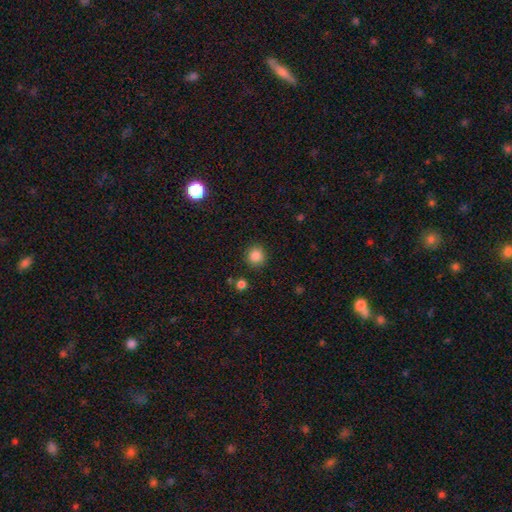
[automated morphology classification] This is clearly a smooth galaxy (86%). How rounded: clearly round (90%). Merging: clearly none (89%).